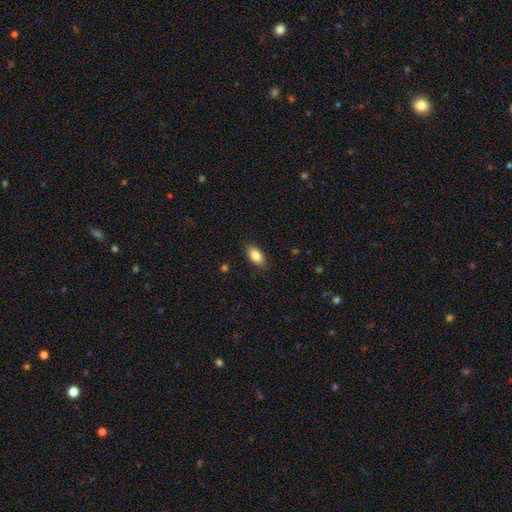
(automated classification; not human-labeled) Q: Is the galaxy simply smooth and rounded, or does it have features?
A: smooth — 85%.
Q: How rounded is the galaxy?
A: in between — 91%.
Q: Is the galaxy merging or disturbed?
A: none — 87%.